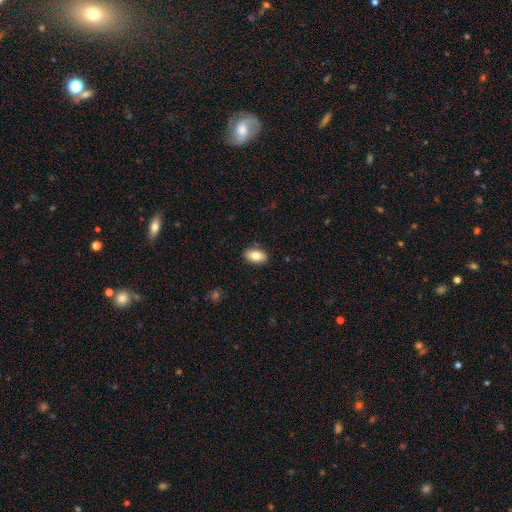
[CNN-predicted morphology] This is clearly a smooth galaxy (84%). How rounded: clearly in between (92%). Merging: clearly none (87%).